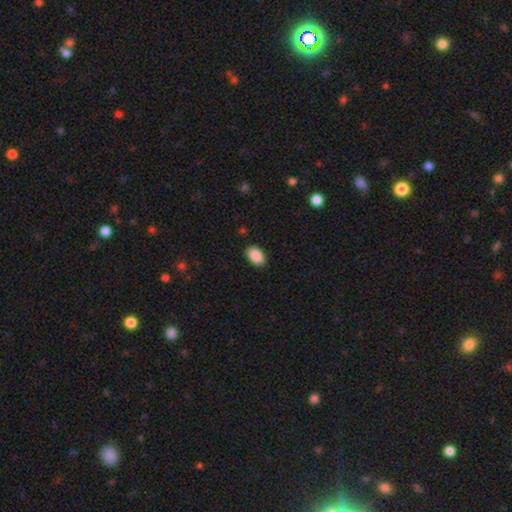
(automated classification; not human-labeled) Morphology: type=smooth (90%); roundness=in between (93%); merging=none (87%).